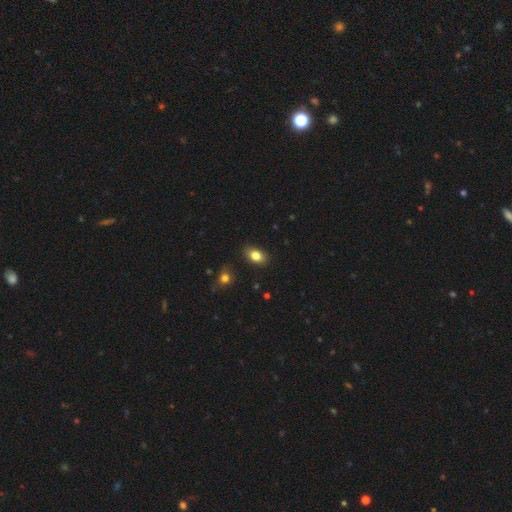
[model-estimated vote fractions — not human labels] This is clearly a smooth galaxy (83%). How rounded: clearly in between (83%). Merging: clearly none (85%).